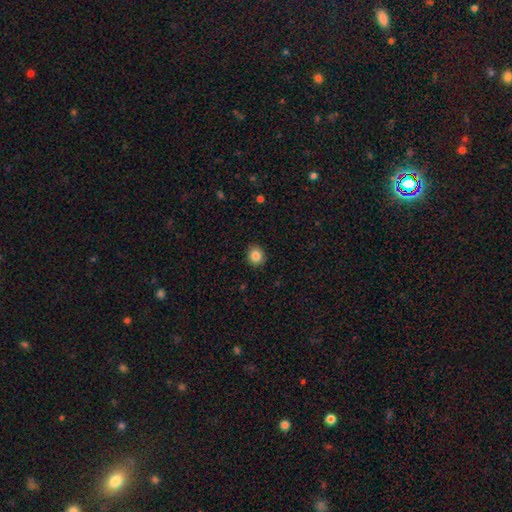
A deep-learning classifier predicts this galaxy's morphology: Smooth or featured?
  - smooth: 85% *
  - star or artifact: 10%
  - featured or disk: 5%
How rounded?
  - round: 82% *
  - in between: 17%
  - cigar-shaped: 1%
Merging?
  - none: 90% *
  - minor disturbance: 7%
  - major disturbance: 2%
  - merger: 1%